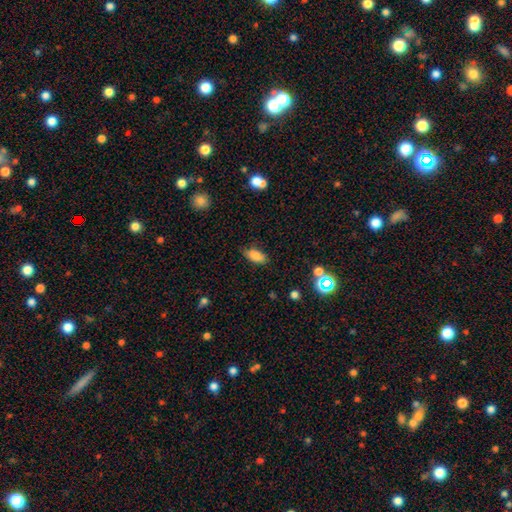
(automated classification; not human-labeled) Morphology: type=smooth (82%); roundness=in between (87%); merging=none (79%).